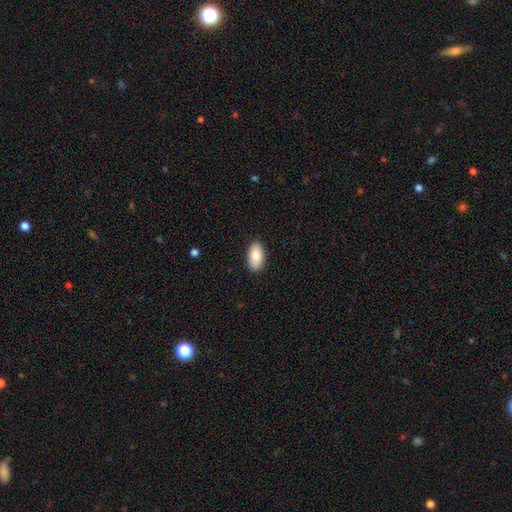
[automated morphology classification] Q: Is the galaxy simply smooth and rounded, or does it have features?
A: smooth — 86%.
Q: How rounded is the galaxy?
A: in between — 95%.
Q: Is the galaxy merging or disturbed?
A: none — 88%.